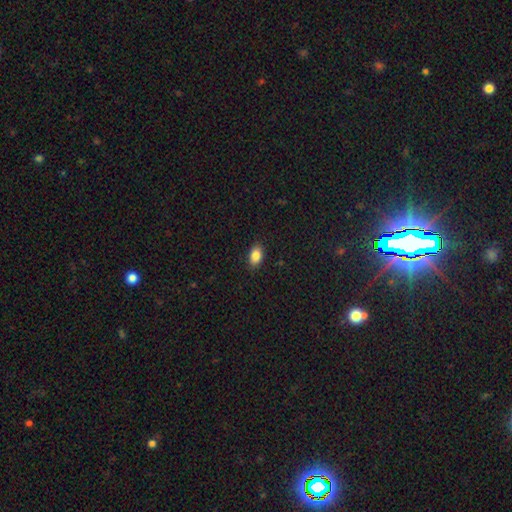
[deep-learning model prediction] This is clearly a smooth galaxy (86%). How rounded: clearly in between (90%). Merging: clearly none (89%).